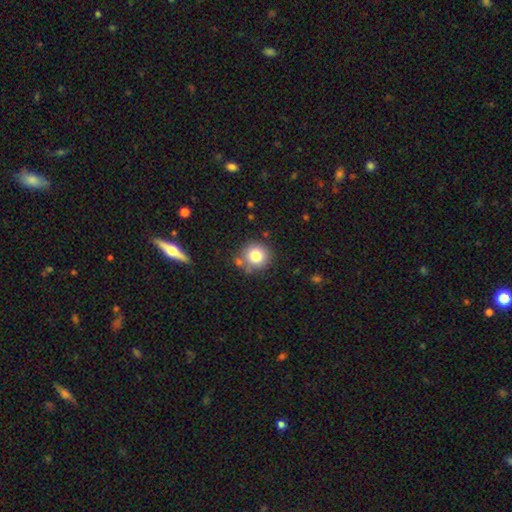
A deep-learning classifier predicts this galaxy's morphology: This appears to be a smooth galaxy with no disk features (80%) that is round (92%). Merging: none (78%).